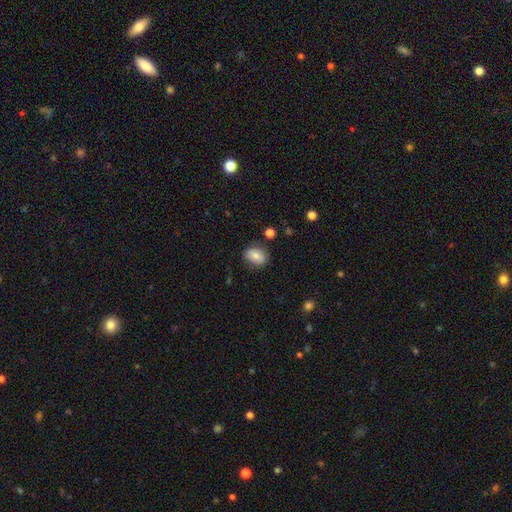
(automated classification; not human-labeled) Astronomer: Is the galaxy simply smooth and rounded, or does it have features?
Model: smooth — 74%.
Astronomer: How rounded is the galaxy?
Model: in between — 60% (runner-up: round, 39%).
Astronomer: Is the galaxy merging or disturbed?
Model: none — 79%.